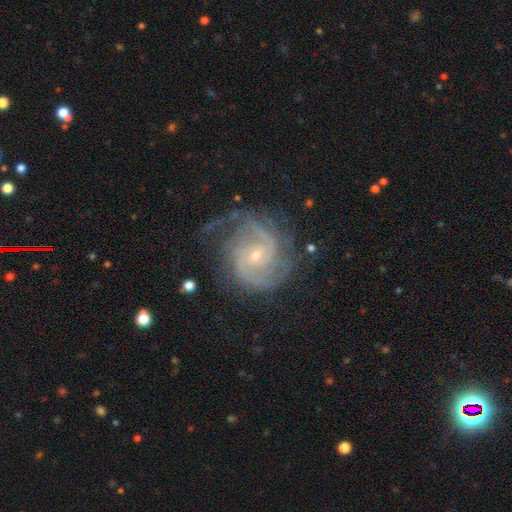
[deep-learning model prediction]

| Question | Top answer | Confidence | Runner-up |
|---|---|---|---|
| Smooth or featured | featured or disk | 89% | star or artifact (6%) |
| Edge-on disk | no | 98% | yes (2%) |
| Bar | no | 58% | weak (34%) |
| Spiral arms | yes | 97% | no (3%) |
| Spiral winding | tight | 51% | medium (41%) |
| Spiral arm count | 2 | 54% | 3 (17%) |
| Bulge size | small | 76% | moderate (21%) |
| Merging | none | 66% | minor disturbance (20%) |